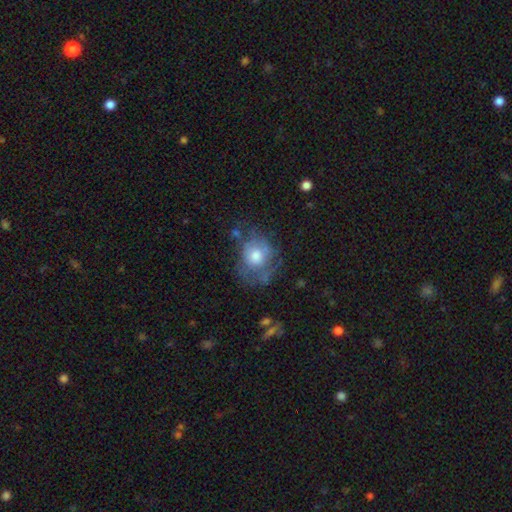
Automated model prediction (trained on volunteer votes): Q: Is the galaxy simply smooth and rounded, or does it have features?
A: smooth — 54%.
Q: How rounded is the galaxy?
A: round — 64%.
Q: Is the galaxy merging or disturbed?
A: none — 45%.